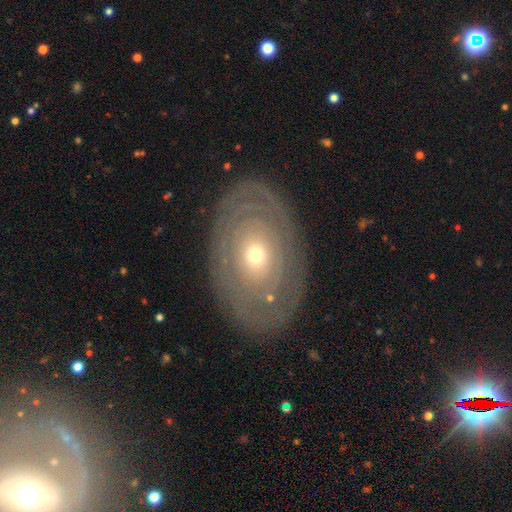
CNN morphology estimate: The model was most divided on "spiral arms": no: 54%, yes: 46%. More confident: edge-on disk — no (92%); bar — no (89%); merging — none (80%); smooth or featured — featured or disk (65%); bulge size — small (57%).